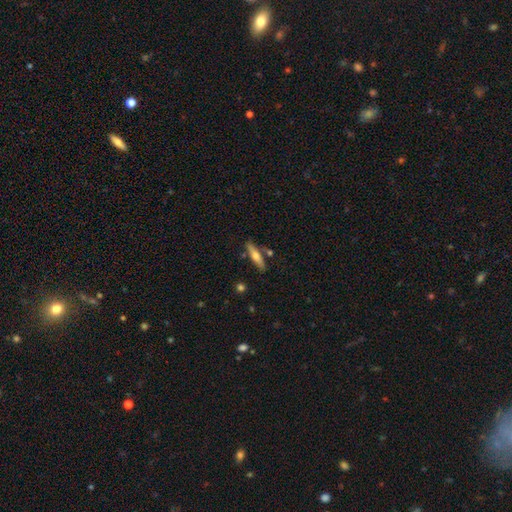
A smooth galaxy with no disk features (50%) that is cigar-shaped (85%).

Vote fractions:
- Smooth or featured? smooth: 50% / featured or disk: 42% / star or artifact: 8%
- How rounded? cigar-shaped: 85% / in between: 10% / round: 5%
- Merging? none: 70% / merger: 16% / minor disturbance: 11% / major disturbance: 3%